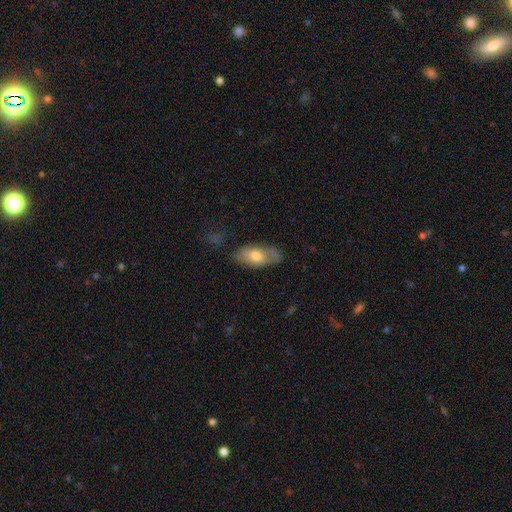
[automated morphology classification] Overall: smooth (64%; featured or disk 29%). How rounded: in between (89%). Merging: none (66%).